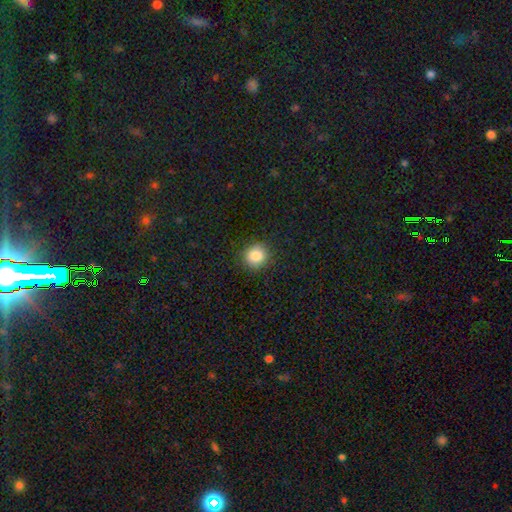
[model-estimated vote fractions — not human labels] Smooth or featured? Predicted: smooth (p=0.85). How rounded? Predicted: round (p=0.88). Merging? Predicted: none (p=0.89).